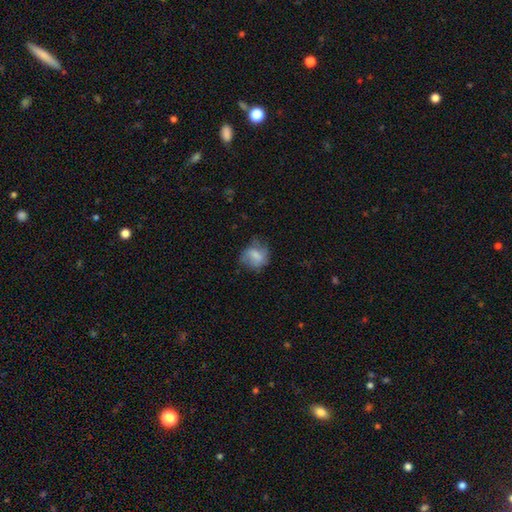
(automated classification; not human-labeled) Morphology: type=smooth (64%); roundness=round (61%); merging=none (54%).